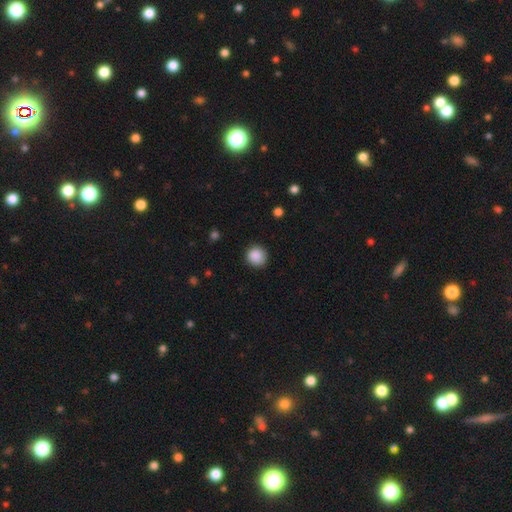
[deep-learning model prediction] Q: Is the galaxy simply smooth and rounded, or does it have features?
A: smooth — 88%.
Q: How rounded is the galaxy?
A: round — 90%.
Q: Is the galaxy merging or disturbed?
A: none — 86%.